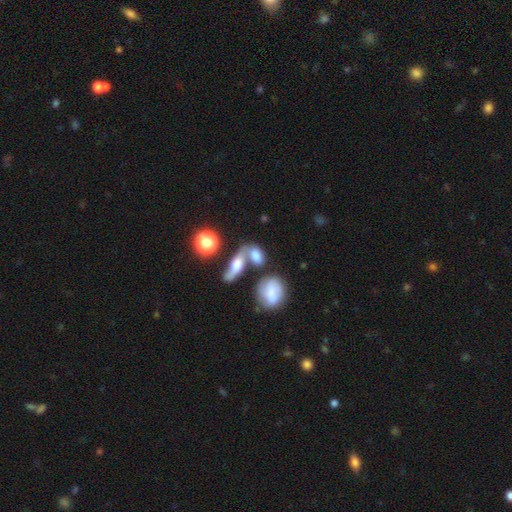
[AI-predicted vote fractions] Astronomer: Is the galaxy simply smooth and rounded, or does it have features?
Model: smooth — 61%.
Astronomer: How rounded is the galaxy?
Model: in between — 75%.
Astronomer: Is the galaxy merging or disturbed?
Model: merger — 46% (runner-up: none, 34%).